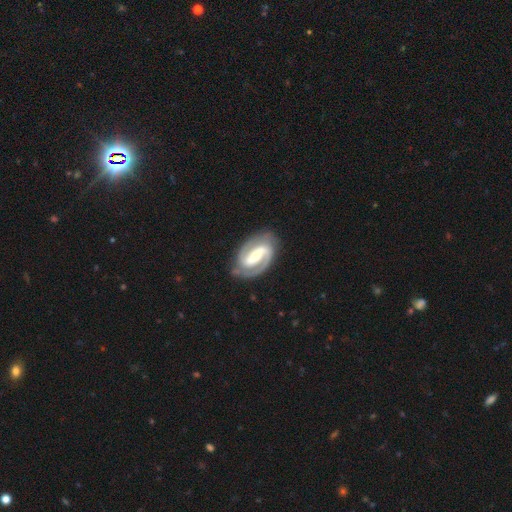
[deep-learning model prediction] The model was most divided on "spiral winding" (2-way tie): tight: 45%, medium: 45%, loose: 11%. Remaining: edge-on disk — no (97%); spiral arms — yes (97%); spiral arm count — 2 (89%); smooth or featured — featured or disk (89%); merging — none (80%); bar — strong (63%); bulge size — moderate (46%).